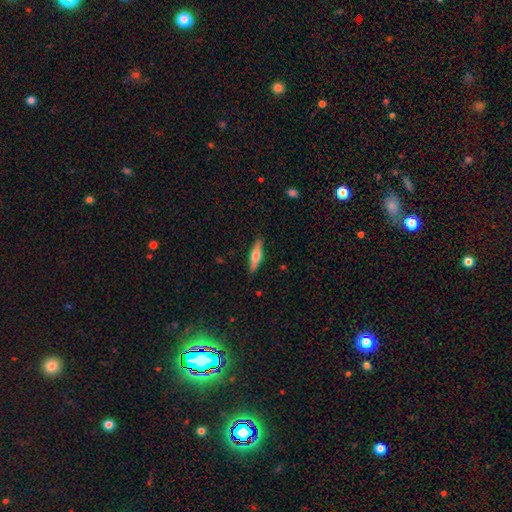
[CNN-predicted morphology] Smooth or featured?
  - smooth: 48% *
  - featured or disk: 47%
  - star or artifact: 6%
Merging?
  - none: 89% *
  - minor disturbance: 8%
  - major disturbance: 2%
  - merger: 1%